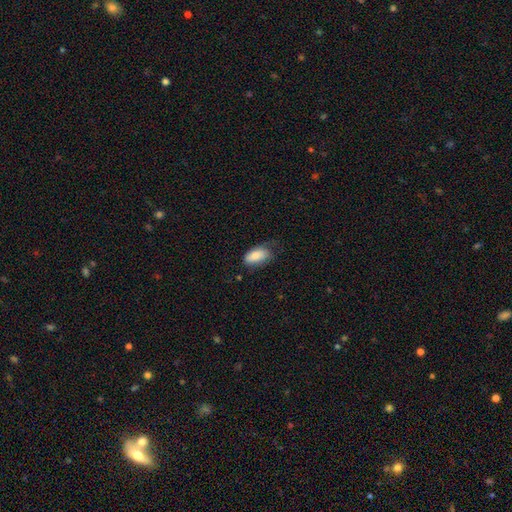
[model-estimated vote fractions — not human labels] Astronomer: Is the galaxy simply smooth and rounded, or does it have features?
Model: smooth — 83%.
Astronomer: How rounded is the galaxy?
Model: in between — 93%.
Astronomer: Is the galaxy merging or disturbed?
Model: none — 52% (runner-up: minor disturbance, 34%).